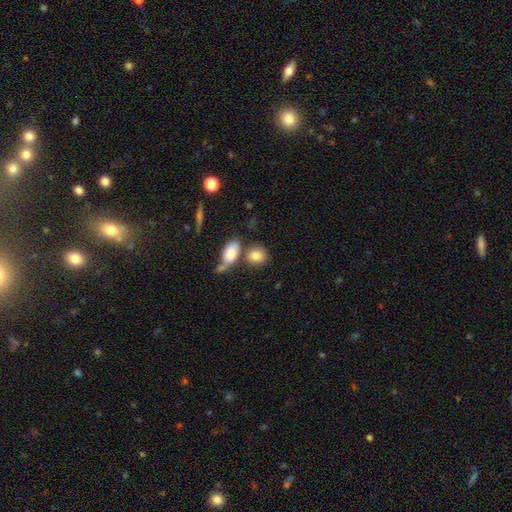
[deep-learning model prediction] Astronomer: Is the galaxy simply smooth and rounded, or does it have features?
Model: smooth — 83%.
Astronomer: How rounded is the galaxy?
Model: round — 54% (runner-up: in between, 43%).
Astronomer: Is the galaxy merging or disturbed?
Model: none — 59%.